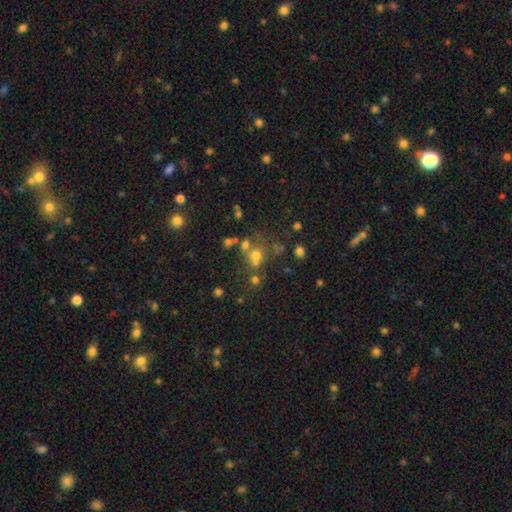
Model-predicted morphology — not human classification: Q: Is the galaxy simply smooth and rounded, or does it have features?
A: smooth — 56%.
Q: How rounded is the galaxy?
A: round — 79%.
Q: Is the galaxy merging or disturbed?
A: none — 48%.